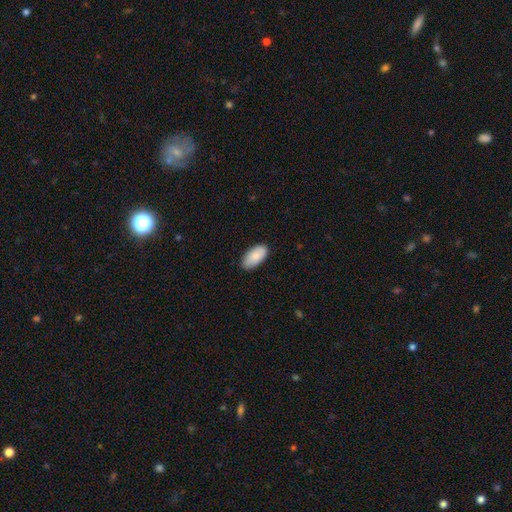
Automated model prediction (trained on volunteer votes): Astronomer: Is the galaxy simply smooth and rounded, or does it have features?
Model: smooth — 86%.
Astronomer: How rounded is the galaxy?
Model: in between — 95%.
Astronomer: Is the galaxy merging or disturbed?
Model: none — 85%.